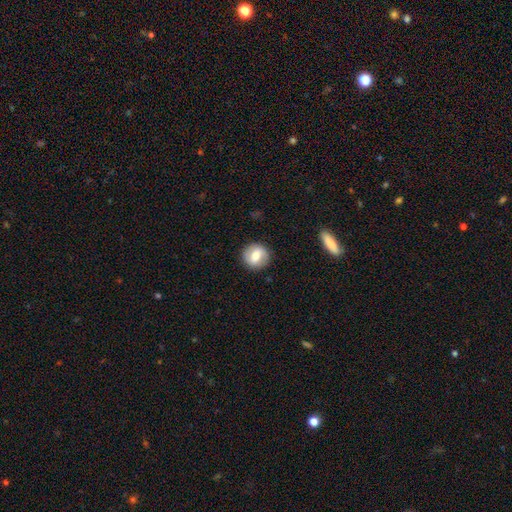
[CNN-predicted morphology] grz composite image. It shows a smooth galaxy with no disk features (60%) that is round (87%). Merging: none (88%).